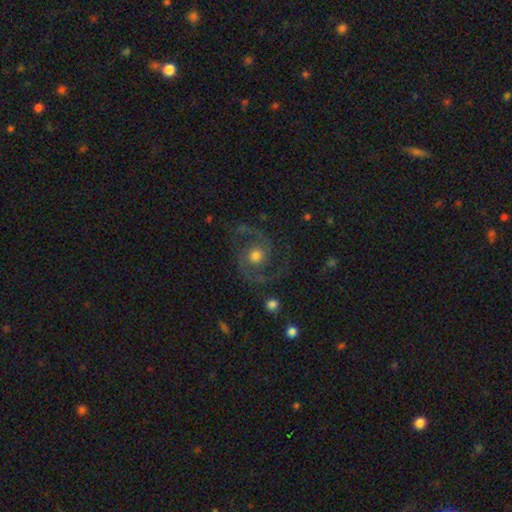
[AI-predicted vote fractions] A featured or disk galaxy (87%) with no bar (72%), 2 (93%) medium (61%) spiral arms (97%) and a moderate central bulge (68%). Merging: none (76%).